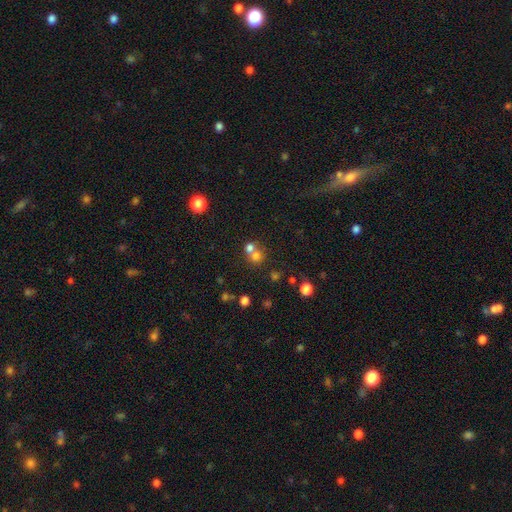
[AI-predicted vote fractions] Smooth or featured: smooth — 69% (star or artifact — 19%)
How rounded: round — 84% (in between — 15%)
Merging: merger — 49% (none — 42%)